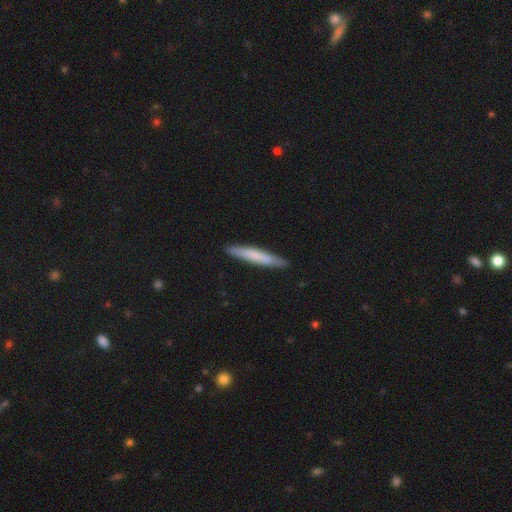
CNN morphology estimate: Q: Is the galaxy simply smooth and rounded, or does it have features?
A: smooth — 69%.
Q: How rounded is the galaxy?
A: cigar-shaped — 95%.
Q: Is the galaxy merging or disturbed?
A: none — 89%.